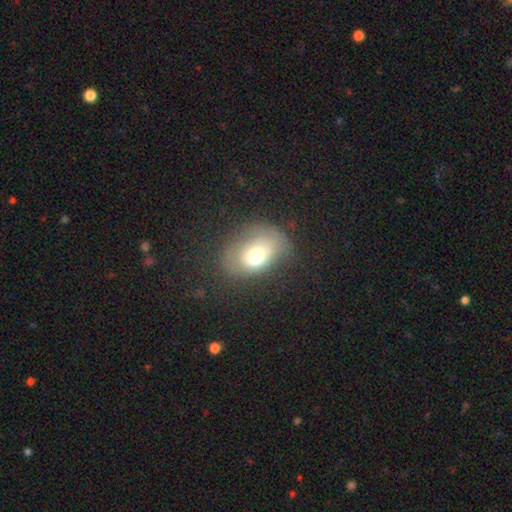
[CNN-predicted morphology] smooth 62%, featured or disk 28%, star or artifact 10%. Down the decision tree: how rounded — in between (76%); merging — none (55%).